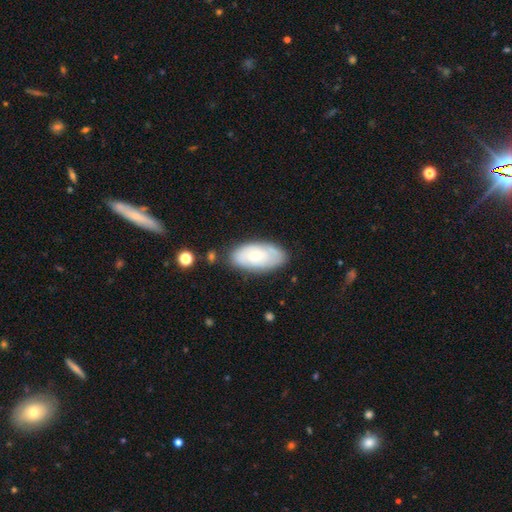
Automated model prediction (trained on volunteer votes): Morphology: type=smooth (56%); roundness=in between (93%); merging=none (75%).